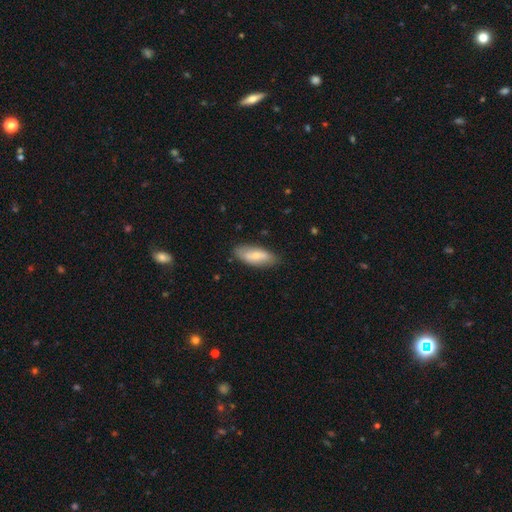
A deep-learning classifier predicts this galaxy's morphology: Q: Smooth or featured?
A: smooth (68%); runner-up: featured or disk (27%)
Q: How rounded?
A: in between (77%); runner-up: cigar-shaped (21%)
Q: Merging?
A: none (80%); runner-up: minor disturbance (15%)